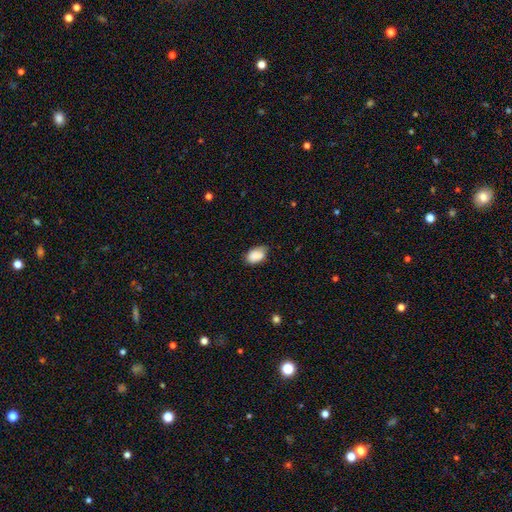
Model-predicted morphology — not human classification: The model was most divided on "merging": none: 63%, minor disturbance: 30%, major disturbance: 5%, merger: 2%. More confident: how rounded — in between (88%); smooth or featured — smooth (87%).